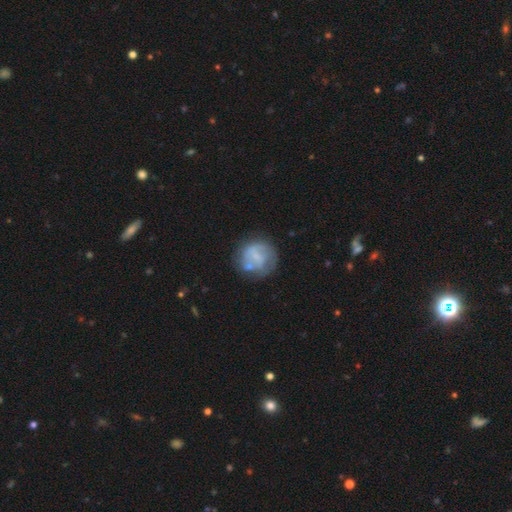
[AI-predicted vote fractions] Smooth or featured? Predicted: featured or disk (p=0.48). Merging? Predicted: none (p=0.58).